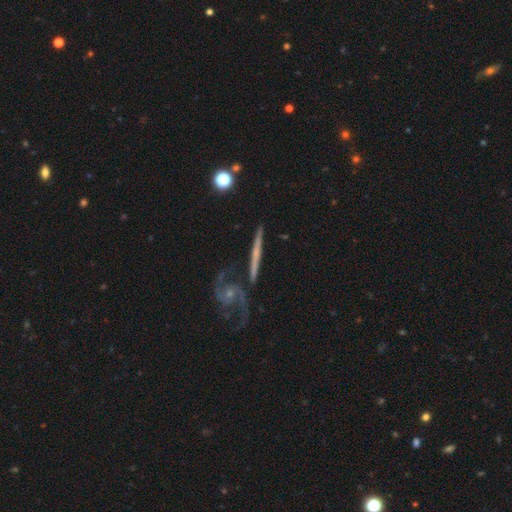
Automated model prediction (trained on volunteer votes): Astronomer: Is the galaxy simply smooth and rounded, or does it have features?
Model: featured or disk — 77%.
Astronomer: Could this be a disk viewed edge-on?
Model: yes — 77%.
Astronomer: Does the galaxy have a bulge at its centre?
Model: none — 57% (runner-up: rounded, 37%).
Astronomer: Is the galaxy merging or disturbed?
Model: none — 67%.